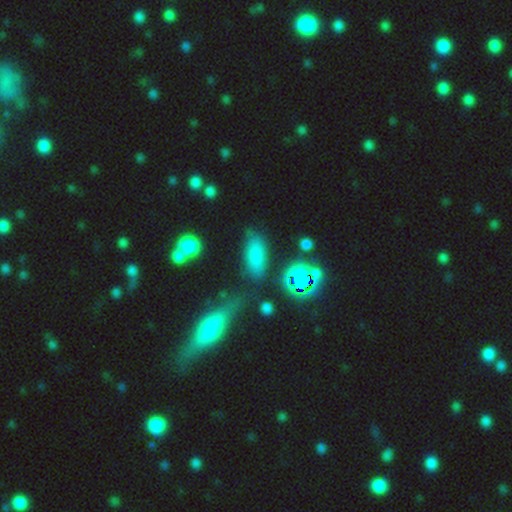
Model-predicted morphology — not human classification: type=smooth (72%); roundness=in between (81%); merging=none (71%).